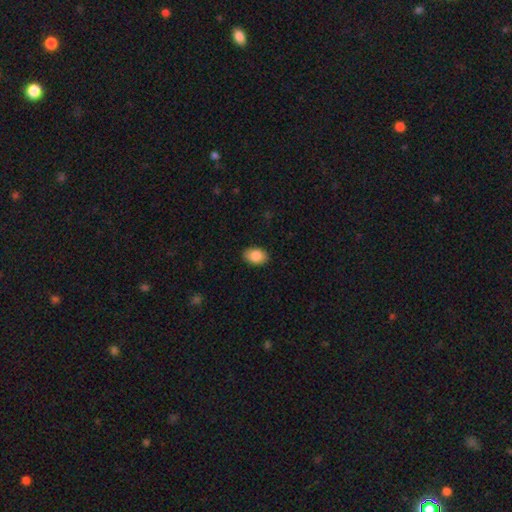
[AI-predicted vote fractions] This appears to be a smooth galaxy with no disk features (88%) that is in between round and cigar-shaped (85%). Merging: none (89%).